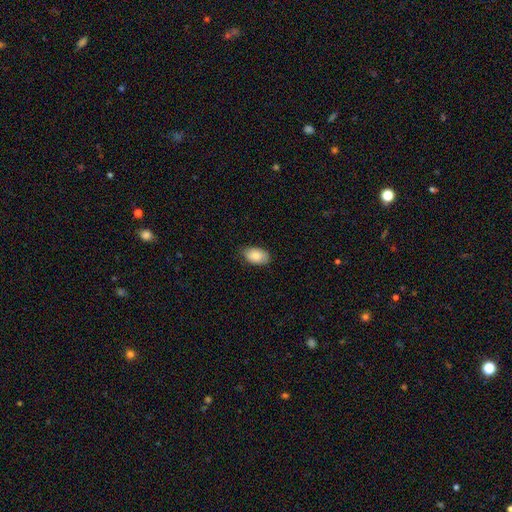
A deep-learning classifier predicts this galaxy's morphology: A smooth galaxy with no disk features (84%) that is in between round and cigar-shaped (92%). Merging: none (80%).